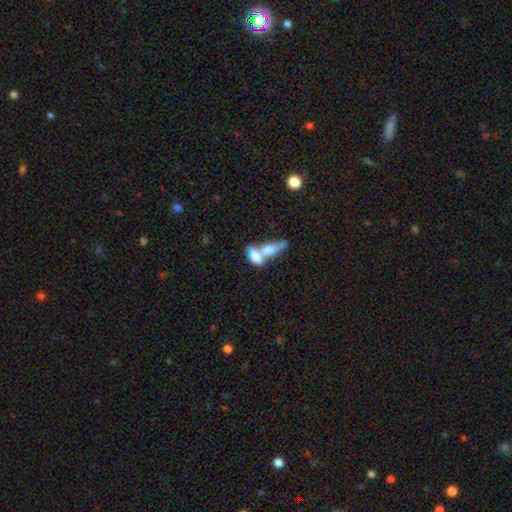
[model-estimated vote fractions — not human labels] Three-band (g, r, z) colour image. It shows a smooth galaxy with no disk features (70%) that is in between round and cigar-shaped (82%). Merging: merger (74%).